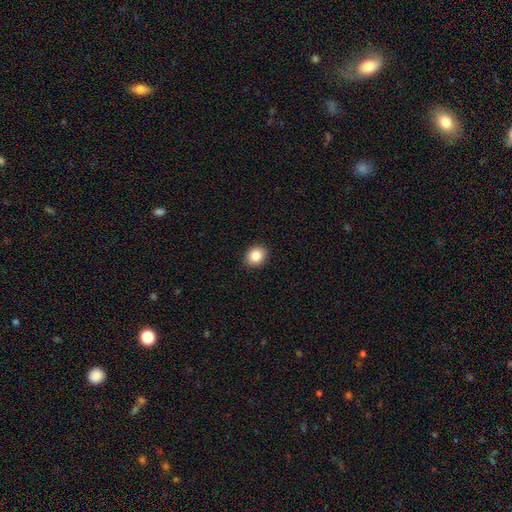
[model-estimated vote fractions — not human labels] The model was most divided on "how rounded": round: 57%, in between: 42%, cigar-shaped: 1%. More confident: merging — none (91%); smooth or featured — smooth (86%).